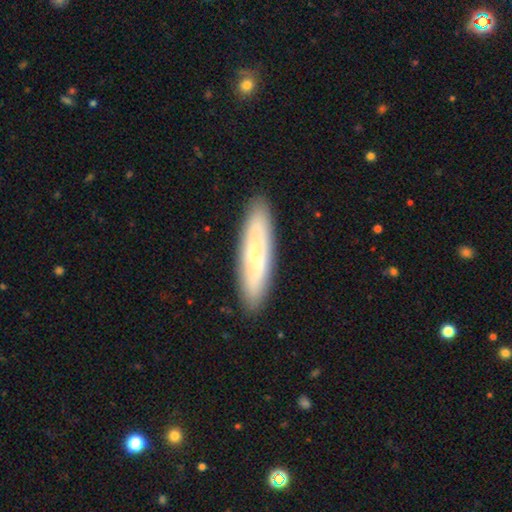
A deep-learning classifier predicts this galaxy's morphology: A smooth galaxy with no disk features (62%) that is cigar-shaped (77%). Merging: none (89%).